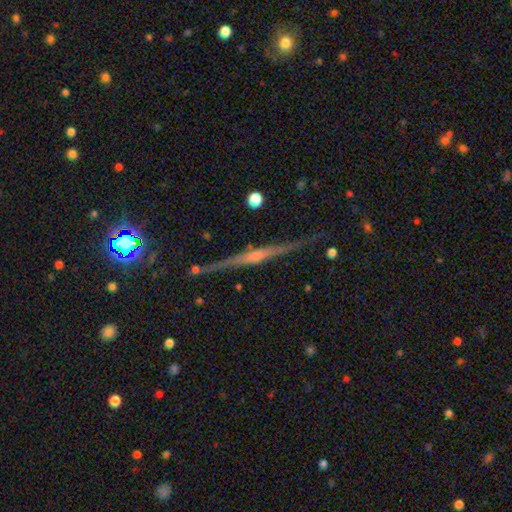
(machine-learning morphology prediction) Q: Smooth or featured?
A: featured or disk (80%); runner-up: smooth (11%)
Q: Edge-on disk?
A: yes (97%); runner-up: no (3%)
Q: Edge-on bulge?
A: rounded (72%); runner-up: none (16%)
Q: Merging?
A: none (83%); runner-up: minor disturbance (11%)